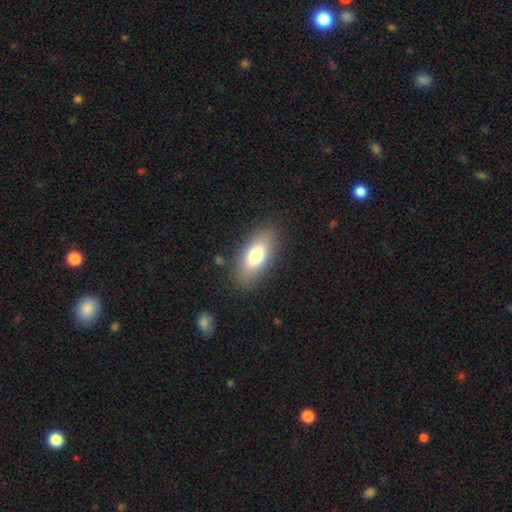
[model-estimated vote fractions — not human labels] A smooth galaxy with no disk features (74%) that is in between round and cigar-shaped (86%). Merging: none (84%).